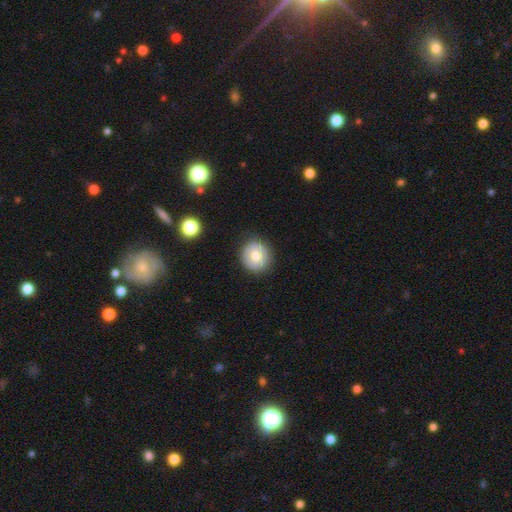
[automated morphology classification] smooth_or_featured: smooth (p=0.70) [alt: featured or disk p=0.22]
how_rounded: round (p=0.87) [alt: in between p=0.12]
merging: none (p=0.88) [alt: minor disturbance p=0.09]